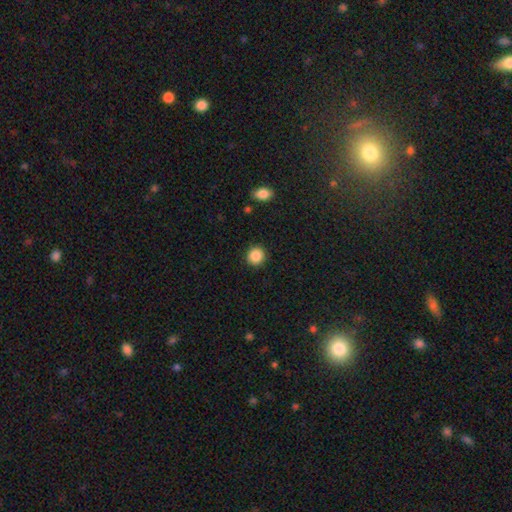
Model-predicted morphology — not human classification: Smooth or featured?
  - smooth: 87% *
  - star or artifact: 9%
  - featured or disk: 3%
How rounded?
  - round: 89% *
  - in between: 11%
  - cigar-shaped: 1%
Merging?
  - none: 91% *
  - minor disturbance: 6%
  - major disturbance: 2%
  - merger: 1%